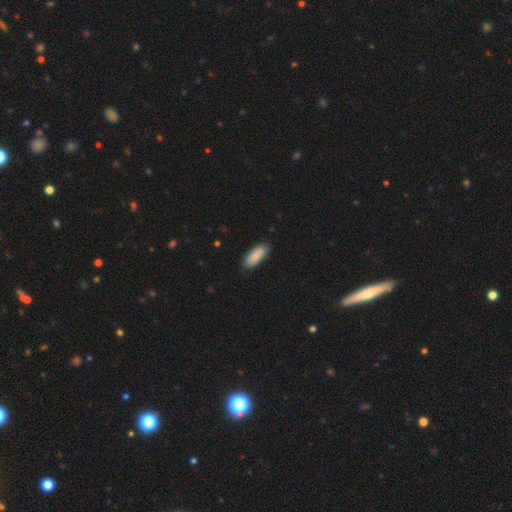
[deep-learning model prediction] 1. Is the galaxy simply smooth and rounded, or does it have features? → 86% smooth, 8% featured or disk, 6% star or artifact.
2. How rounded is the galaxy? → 79% in between, 19% cigar-shaped, 2% round.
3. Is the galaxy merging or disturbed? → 84% none, 13% minor disturbance, 2% major disturbance, 1% merger.